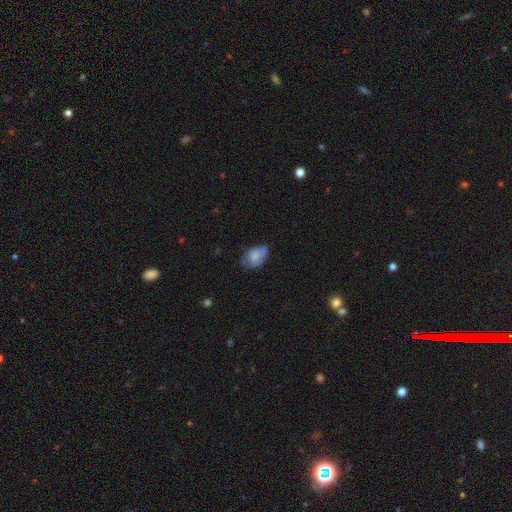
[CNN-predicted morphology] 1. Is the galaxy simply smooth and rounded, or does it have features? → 62% smooth, 30% featured or disk, 8% star or artifact.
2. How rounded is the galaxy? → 83% in between, 15% round, 1% cigar-shaped.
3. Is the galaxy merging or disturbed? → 45% none, 36% minor disturbance, 13% major disturbance, 6% merger.